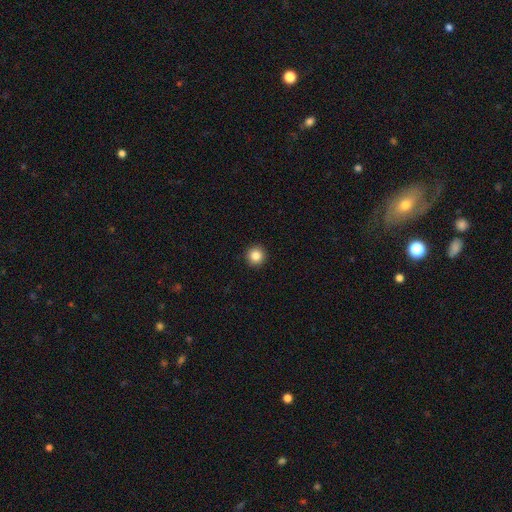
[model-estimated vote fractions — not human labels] Smooth or featured?
  - smooth: 85% *
  - star or artifact: 10%
  - featured or disk: 5%
How rounded?
  - round: 96% *
  - in between: 3%
  - cigar-shaped: 1%
Merging?
  - none: 94% *
  - minor disturbance: 4%
  - major disturbance: 1%
  - merger: 1%